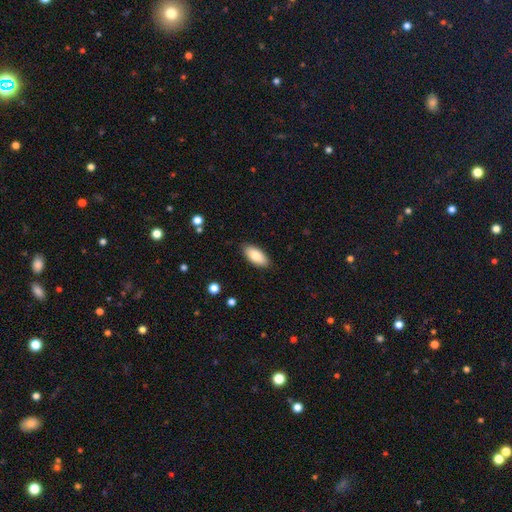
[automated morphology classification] A smooth galaxy with no disk features (84%) that is in between round and cigar-shaped (90%). Merging: none (88%).